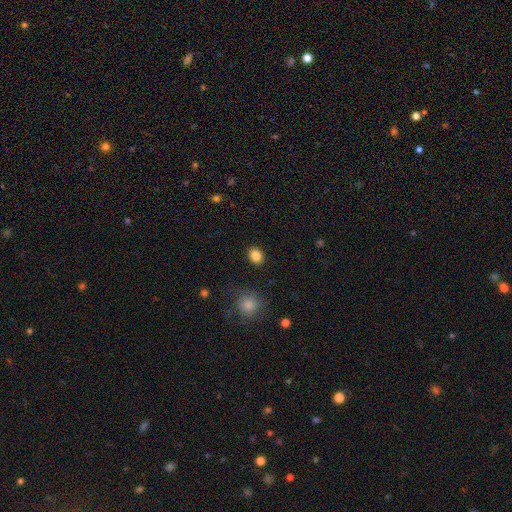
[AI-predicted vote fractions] Smooth or featured: smooth — 85% (star or artifact — 10%)
How rounded: round — 57% (in between — 42%)
Merging: none — 88% (minor disturbance — 8%)